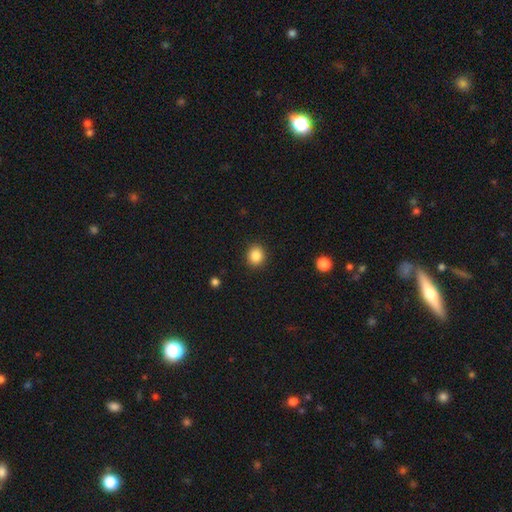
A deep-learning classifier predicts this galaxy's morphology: The model was most divided on "how rounded": round: 80%, in between: 19%, cigar-shaped: 1%. More confident: merging — none (91%); smooth or featured — smooth (86%).